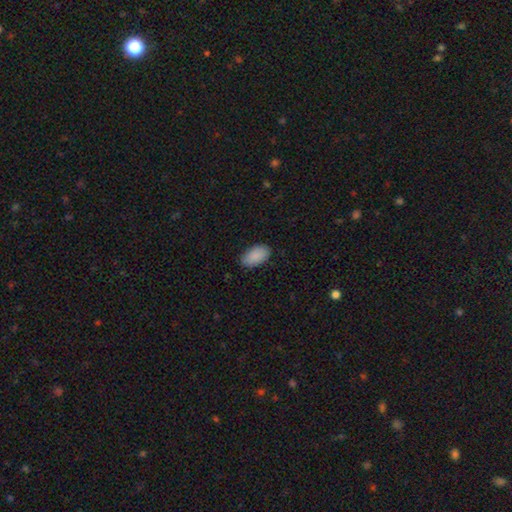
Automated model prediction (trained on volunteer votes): Smooth or featured: smooth — 89% (star or artifact — 6%)
How rounded: in between — 95% (round — 3%)
Merging: none — 84% (minor disturbance — 13%)